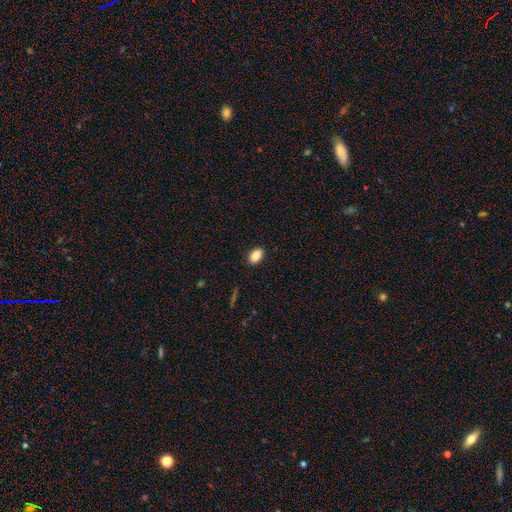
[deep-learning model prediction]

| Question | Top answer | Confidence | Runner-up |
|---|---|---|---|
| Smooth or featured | smooth | 89% | star or artifact (8%) |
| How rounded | in between | 87% | round (12%) |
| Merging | none | 89% | minor disturbance (8%) |